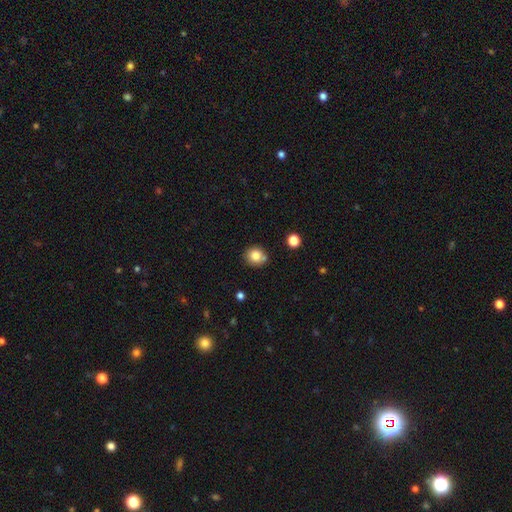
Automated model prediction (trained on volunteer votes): Morphology: type=smooth (82%); roundness=round (86%); merging=none (74%).